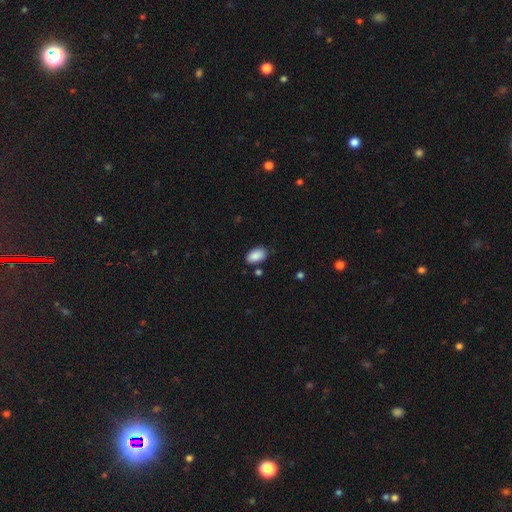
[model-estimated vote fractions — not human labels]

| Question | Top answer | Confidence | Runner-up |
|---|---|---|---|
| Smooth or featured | smooth | 89% | star or artifact (7%) |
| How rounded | in between | 94% | round (5%) |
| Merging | none | 80% | minor disturbance (13%) |